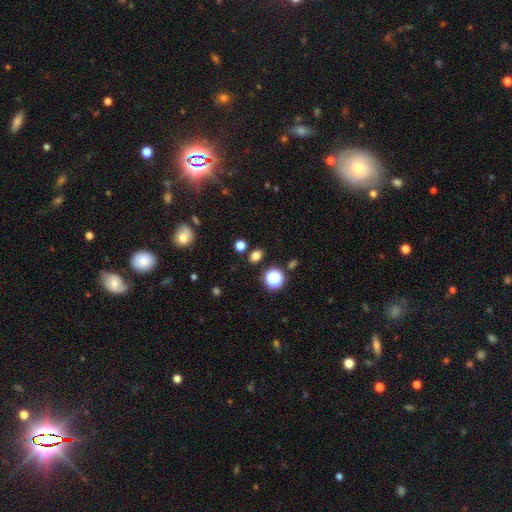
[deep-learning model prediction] Q: Smooth or featured?
A: smooth (77%); runner-up: star or artifact (18%)
Q: How rounded?
A: in between (59%); runner-up: round (40%)
Q: Merging?
A: none (83%); runner-up: minor disturbance (8%)